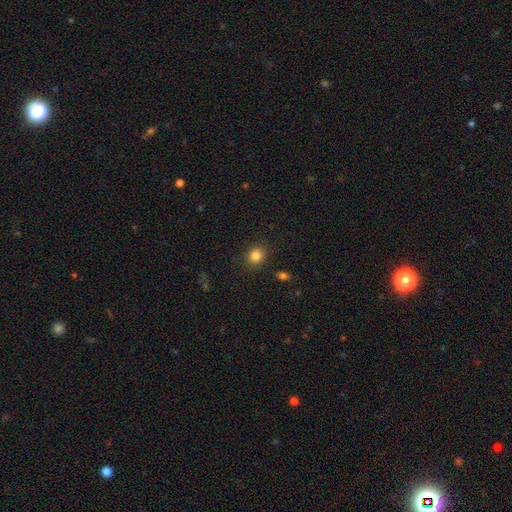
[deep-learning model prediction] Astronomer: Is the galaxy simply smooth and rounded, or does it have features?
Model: smooth — 83%.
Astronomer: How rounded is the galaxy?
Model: round — 76%.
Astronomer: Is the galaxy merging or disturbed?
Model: none — 89%.